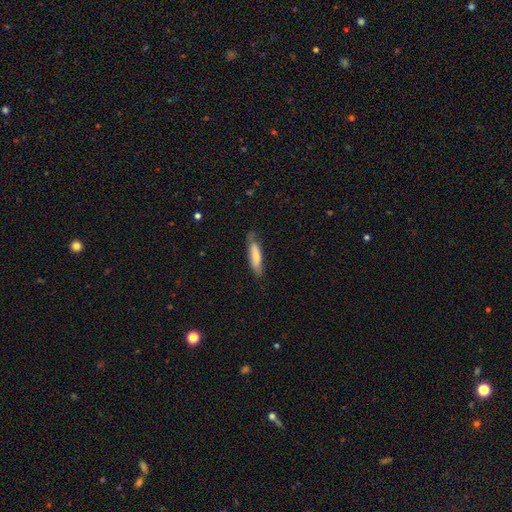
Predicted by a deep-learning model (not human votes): Smooth or featured? smooth (67%)
How rounded? cigar-shaped (69%)
Merging? none (70%)